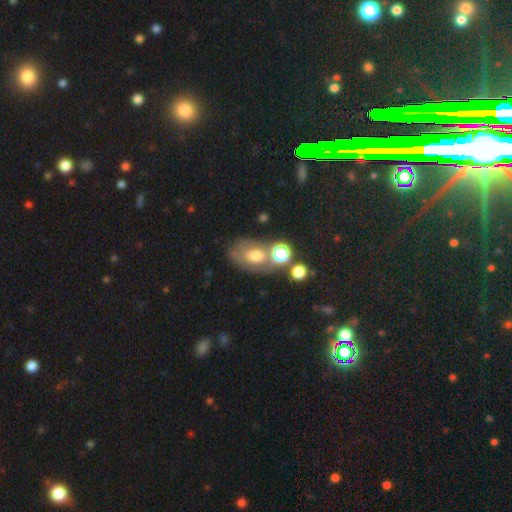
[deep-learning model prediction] smooth_or_featured: smooth (p=0.51) [alt: featured or disk p=0.34]
how_rounded: in between (p=0.74) [alt: round p=0.24]
merging: none (p=0.44) [alt: merger p=0.25]